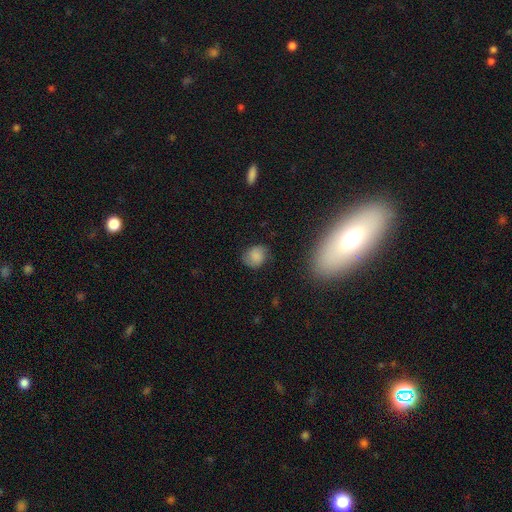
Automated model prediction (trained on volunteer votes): The model was most divided on "how rounded": round: 65%, in between: 33%, cigar-shaped: 1%. More confident: merging — none (75%); smooth or featured — smooth (70%).